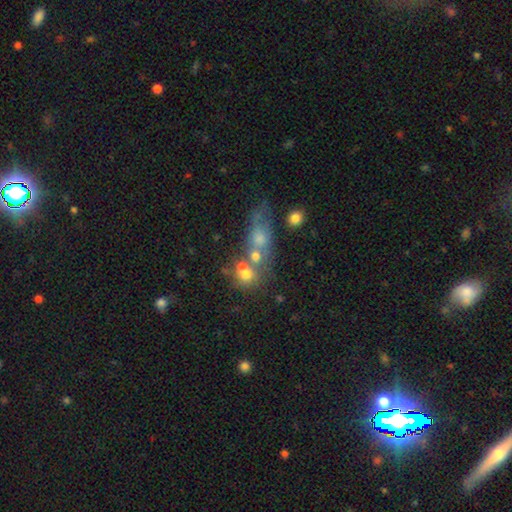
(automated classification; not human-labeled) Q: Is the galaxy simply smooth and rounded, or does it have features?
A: smooth — 56%.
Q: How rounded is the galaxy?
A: round — 55%.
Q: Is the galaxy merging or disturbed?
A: merger — 46%.